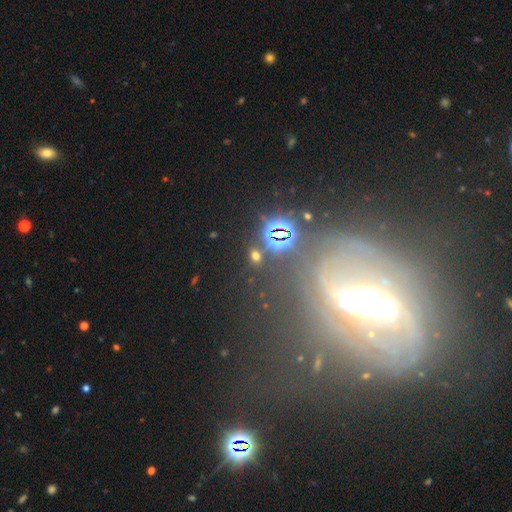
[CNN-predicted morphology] Q: Smooth or featured?
A: star or artifact (52%); runner-up: smooth (39%)